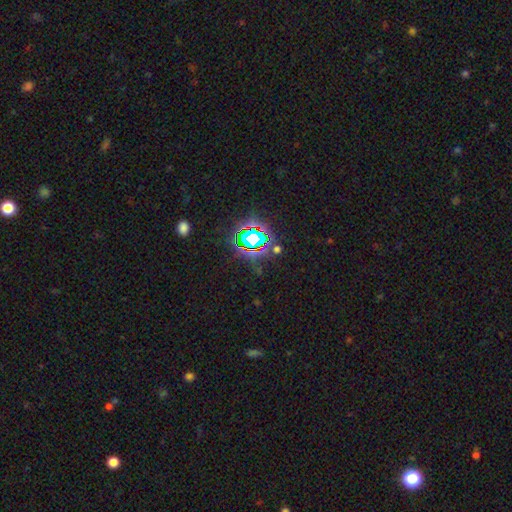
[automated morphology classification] This appears to be a star or artifact, not a galaxy (80%).